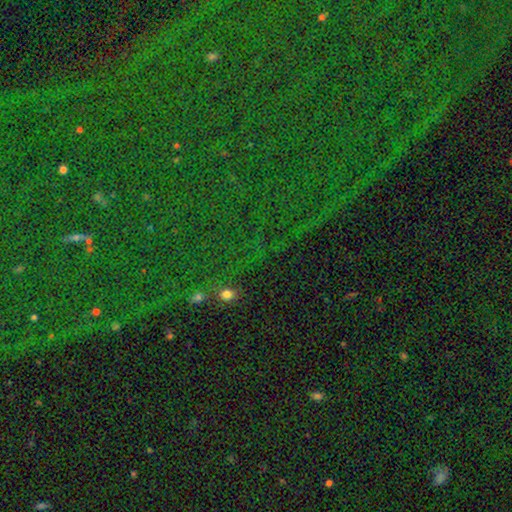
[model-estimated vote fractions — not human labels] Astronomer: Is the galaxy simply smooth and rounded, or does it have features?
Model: star or artifact — 68%.